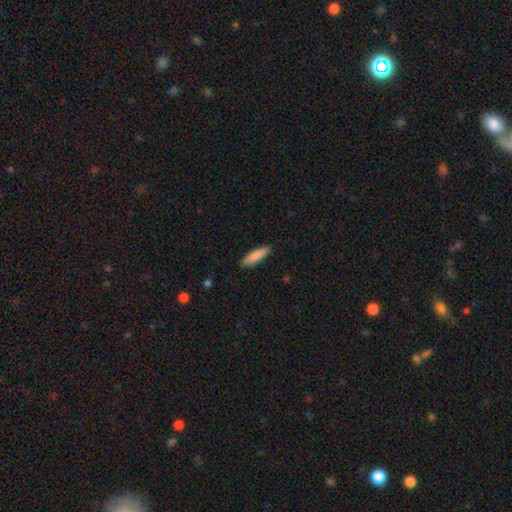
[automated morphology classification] smooth-or-featured: smooth: 86% | featured or disk: 8% | star or artifact: 6%
  how-rounded: cigar-shaped: 69% | in between: 30% | round: 1%
  merging: none: 88% | minor disturbance: 9% | major disturbance: 2% | merger: 1%